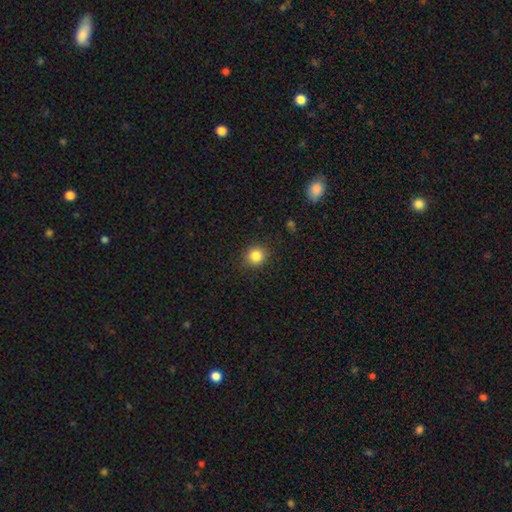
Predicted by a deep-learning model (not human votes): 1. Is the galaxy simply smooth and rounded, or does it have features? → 85% smooth, 11% star or artifact, 5% featured or disk.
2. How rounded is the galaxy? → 85% round, 15% in between, 1% cigar-shaped.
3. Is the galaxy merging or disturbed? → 89% none, 8% minor disturbance, 2% major disturbance, 1% merger.